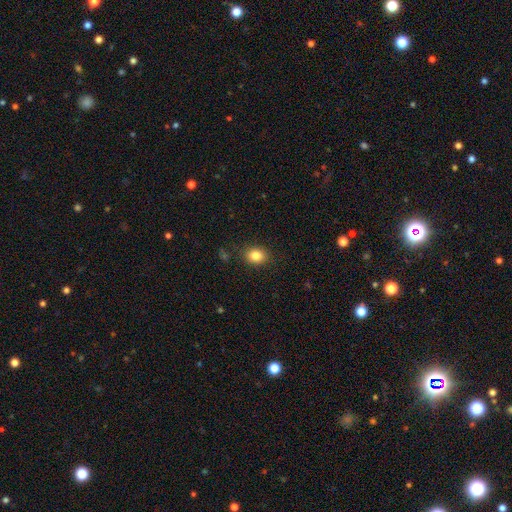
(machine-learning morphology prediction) Smooth or featured? smooth (83%)
How rounded? round (52%)
Merging? none (87%)